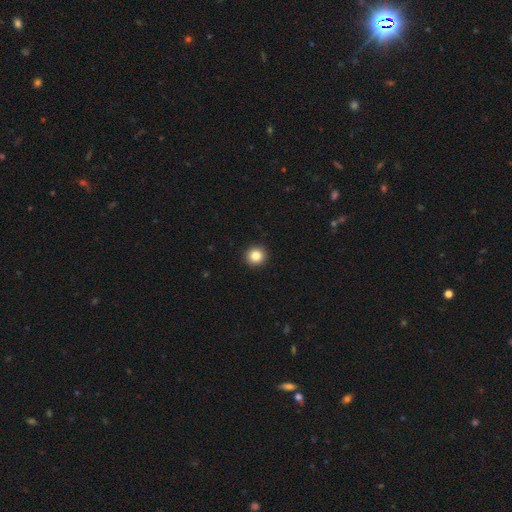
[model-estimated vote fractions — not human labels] smooth_or_featured: smooth (p=0.85) [alt: star or artifact p=0.10]
how_rounded: round (p=0.94) [alt: in between p=0.05]
merging: none (p=0.93) [alt: minor disturbance p=0.04]